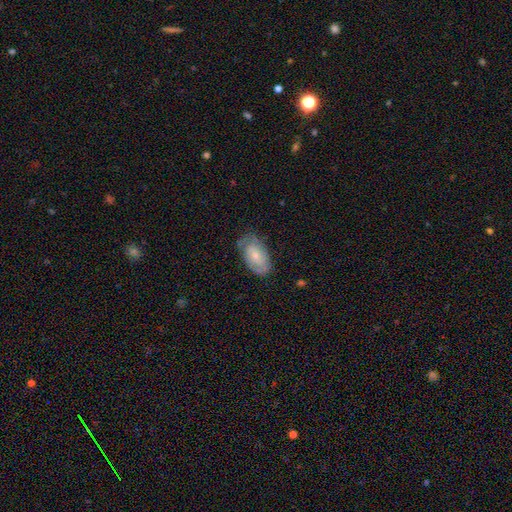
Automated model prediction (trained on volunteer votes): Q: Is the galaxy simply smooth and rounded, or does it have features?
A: featured or disk — 59%.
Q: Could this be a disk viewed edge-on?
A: no — 95%.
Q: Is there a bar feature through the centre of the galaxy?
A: no — 66%.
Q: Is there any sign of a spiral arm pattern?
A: yes — 83%.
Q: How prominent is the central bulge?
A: small — 52%.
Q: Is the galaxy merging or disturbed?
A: none — 68%.